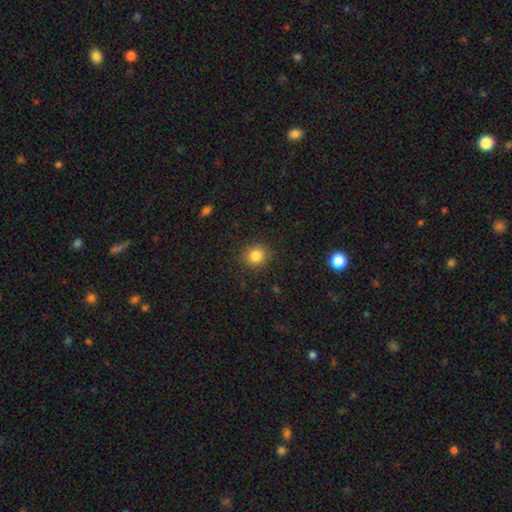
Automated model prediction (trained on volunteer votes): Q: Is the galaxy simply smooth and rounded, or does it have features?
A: smooth — 84%.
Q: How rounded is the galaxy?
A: round — 88%.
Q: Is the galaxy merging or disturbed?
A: none — 89%.